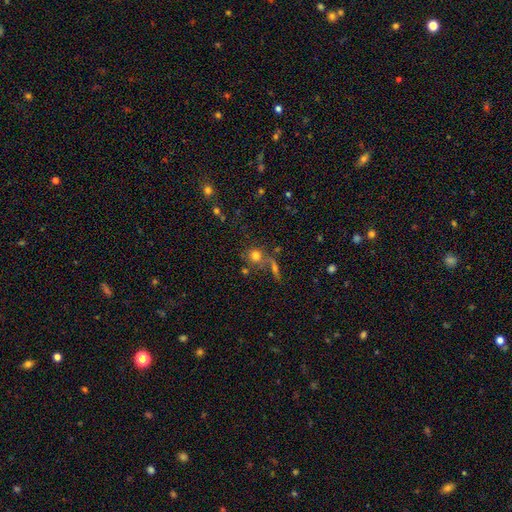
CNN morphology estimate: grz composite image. It shows a smooth galaxy with no disk features (70%) that is round (84%). Merging: none (55%).